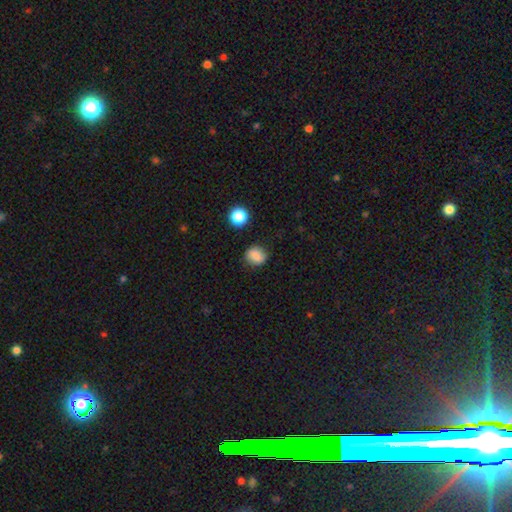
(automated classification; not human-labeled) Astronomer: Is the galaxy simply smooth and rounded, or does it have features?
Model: smooth — 83%.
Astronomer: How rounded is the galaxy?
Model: round — 69%.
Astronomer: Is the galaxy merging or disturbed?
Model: none — 80%.